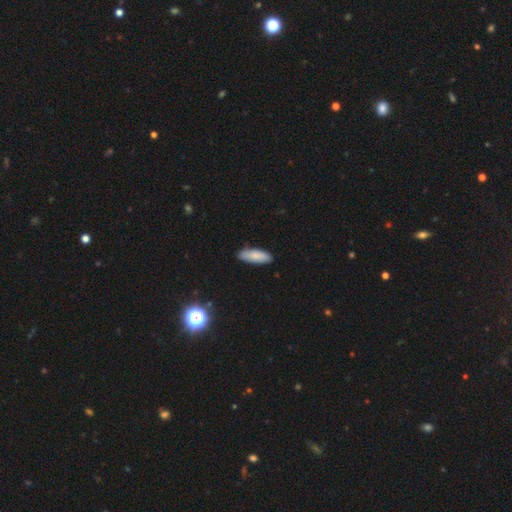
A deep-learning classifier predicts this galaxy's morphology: Smooth or featured? Predicted: smooth (p=0.81). How rounded? Predicted: in between (p=0.61). Merging? Predicted: none (p=0.86).